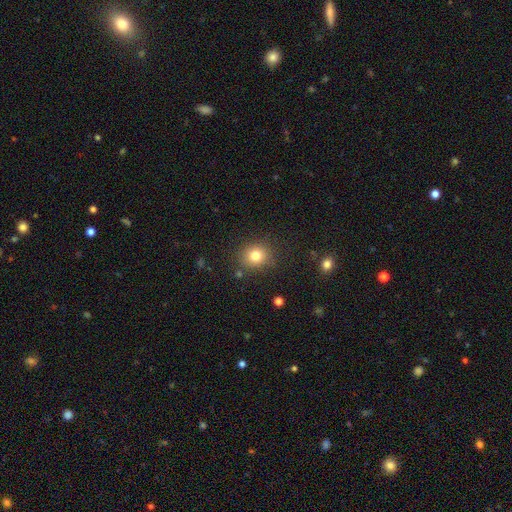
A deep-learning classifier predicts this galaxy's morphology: Smooth or featured? smooth (80%)
How rounded? round (79%)
Merging? none (86%)